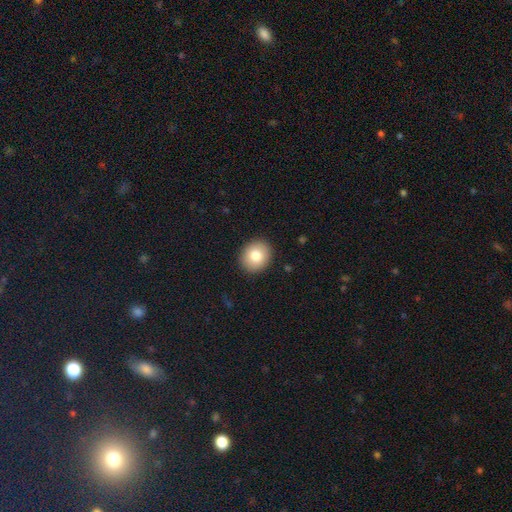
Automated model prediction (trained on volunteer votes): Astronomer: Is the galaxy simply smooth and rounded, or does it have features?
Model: smooth — 80%.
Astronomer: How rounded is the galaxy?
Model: round — 72%.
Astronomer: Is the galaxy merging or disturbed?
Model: none — 91%.